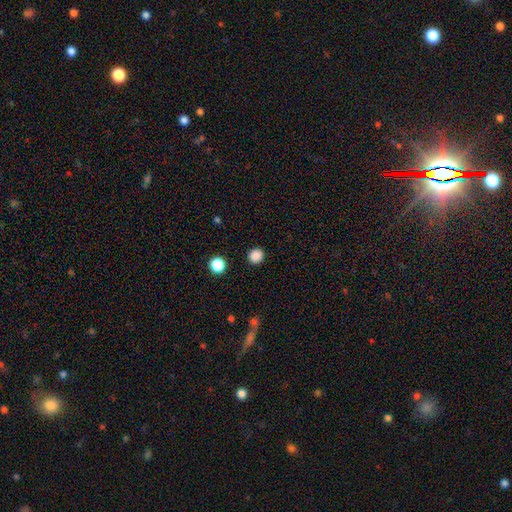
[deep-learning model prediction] Smooth or featured? Predicted: smooth (p=0.86). How rounded? Predicted: round (p=0.89). Merging? Predicted: none (p=0.91).